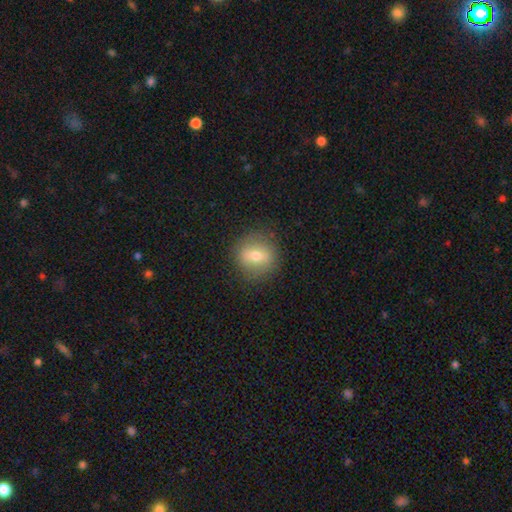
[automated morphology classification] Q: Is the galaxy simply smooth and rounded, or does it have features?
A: smooth — 63%.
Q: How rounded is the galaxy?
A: round — 79%.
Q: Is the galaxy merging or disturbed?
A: none — 86%.